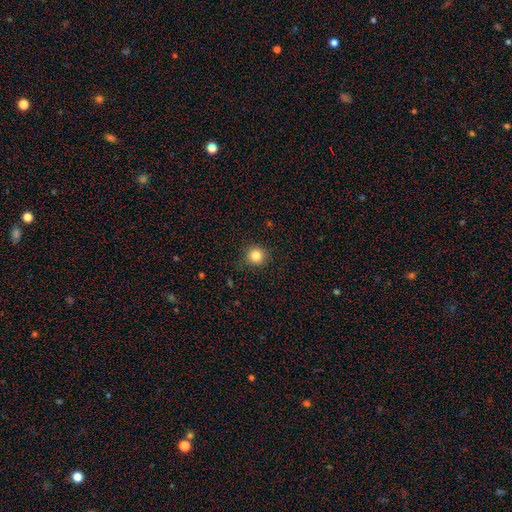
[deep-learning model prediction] This is clearly a smooth galaxy (83%). How rounded: clearly round (94%). Merging: clearly none (90%).